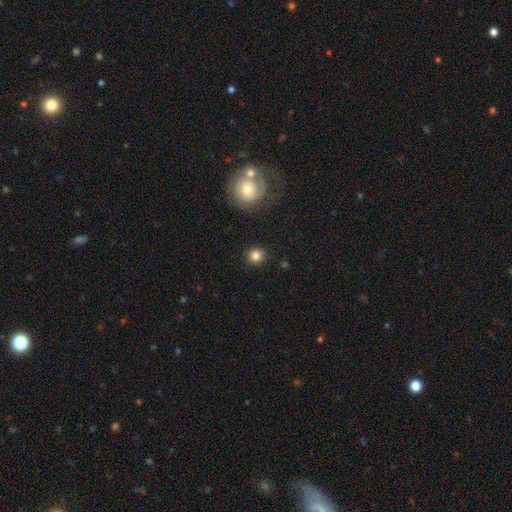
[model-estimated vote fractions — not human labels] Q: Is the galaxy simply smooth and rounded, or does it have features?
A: smooth — 83%.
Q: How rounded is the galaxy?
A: round — 90%.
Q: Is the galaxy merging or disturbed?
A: none — 89%.